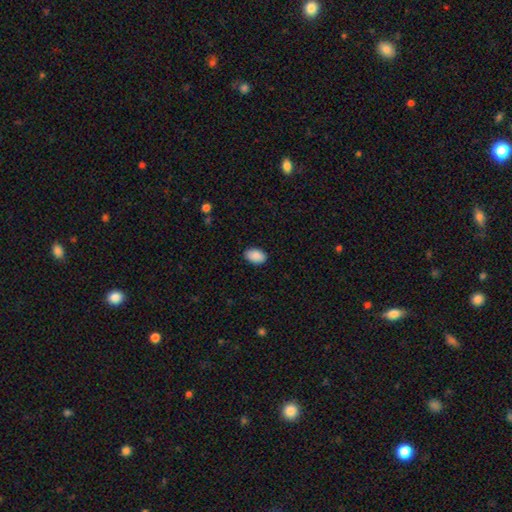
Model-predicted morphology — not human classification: Smooth or featured? smooth (90%)
How rounded? in between (91%)
Merging? none (87%)